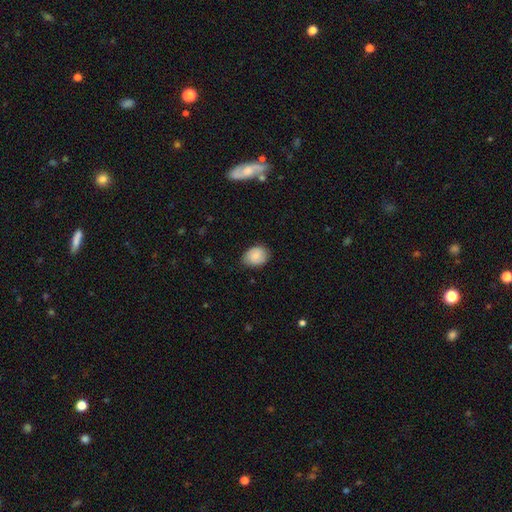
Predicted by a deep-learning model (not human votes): This is likely a smooth galaxy (74%). How rounded: likely in between (62%). Merging: likely none (75%).